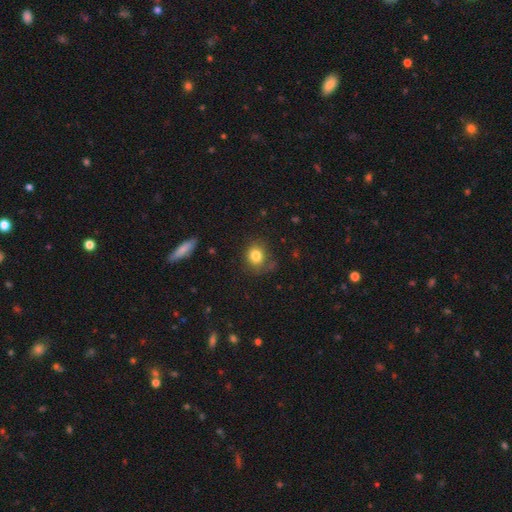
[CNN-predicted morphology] Smooth or featured: smooth — 81% (star or artifact — 10%)
How rounded: round — 73% (in between — 26%)
Merging: none — 70% (minor disturbance — 20%)